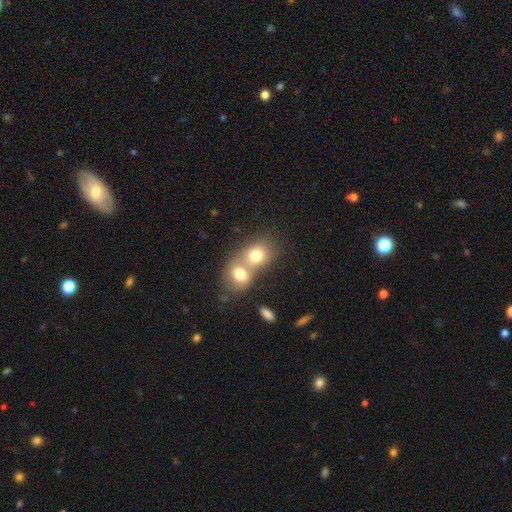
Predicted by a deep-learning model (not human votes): Smooth or featured: smooth — 73% (featured or disk — 17%)
How rounded: round — 58% (in between — 40%)
Merging: merger — 66% (none — 26%)